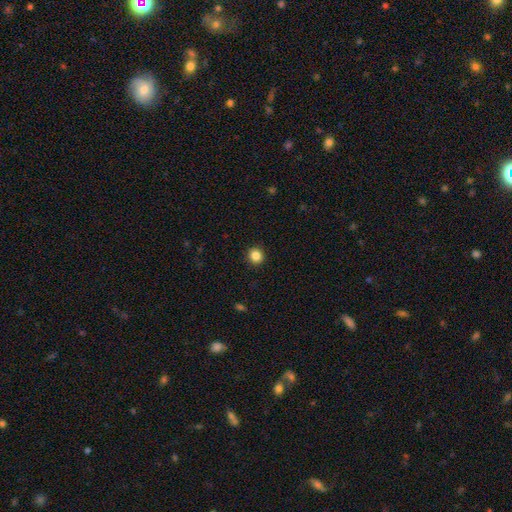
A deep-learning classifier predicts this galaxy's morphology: Smooth or featured: smooth — 85% (star or artifact — 11%)
How rounded: round — 92% (in between — 7%)
Merging: none — 92% (minor disturbance — 5%)